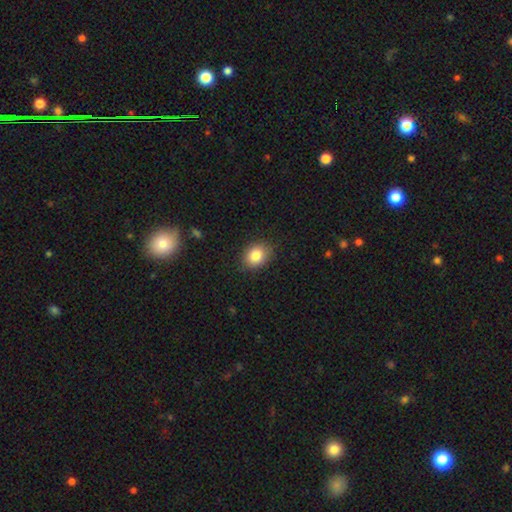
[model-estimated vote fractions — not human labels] This is clearly a smooth galaxy (83%). How rounded: possibly round (50%). Merging: clearly none (86%).